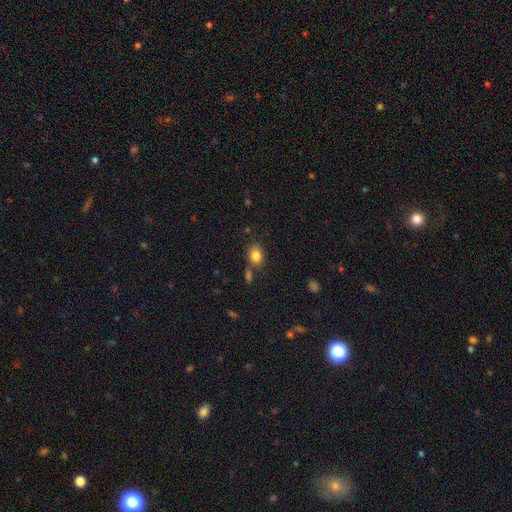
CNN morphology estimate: type=smooth (83%); roundness=in between (71%); merging=none (70%).